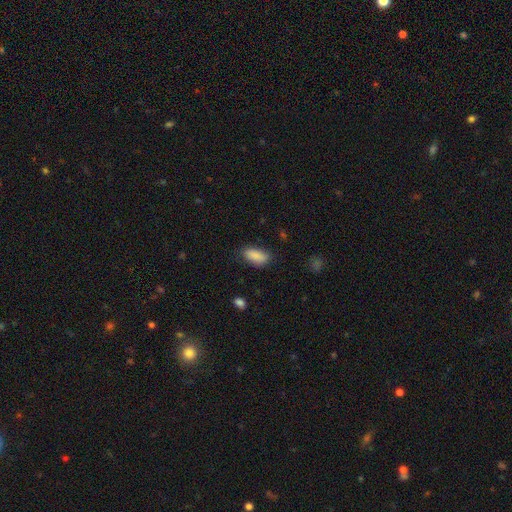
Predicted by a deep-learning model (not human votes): Overall: smooth (88%). How rounded: in between (87%). Merging: none (78%).